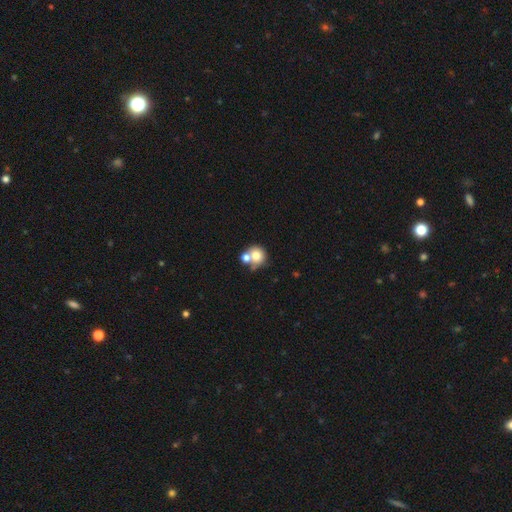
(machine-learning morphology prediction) The model was most divided on "merging": merger: 47%, none: 40%, minor disturbance: 9%, major disturbance: 4%. More confident: how rounded — round (85%); smooth or featured — smooth (73%).